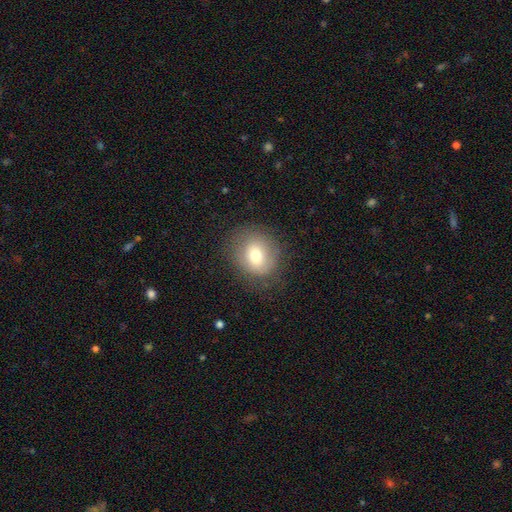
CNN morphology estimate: Overall: smooth (72%). How rounded: round (74%). Merging: none (77%).